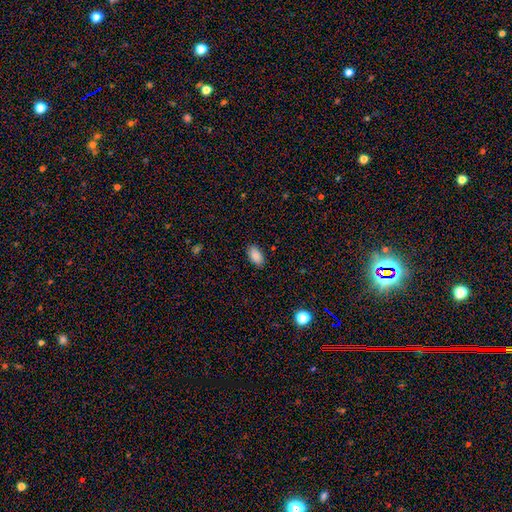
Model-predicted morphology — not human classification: Smooth or featured? Predicted: smooth (p=0.88). How rounded? Predicted: in between (p=0.93). Merging? Predicted: none (p=0.87).